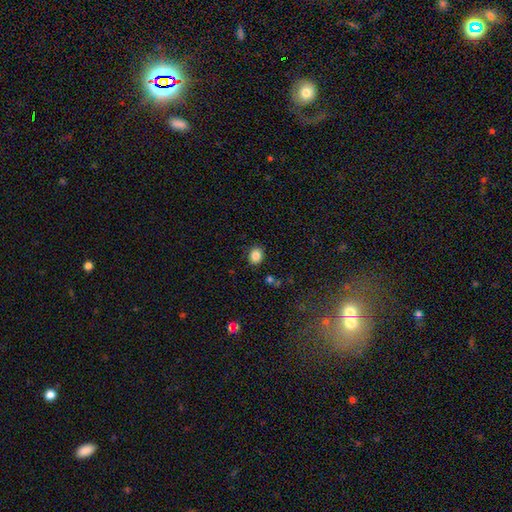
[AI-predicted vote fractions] Smooth or featured: smooth — 86% (star or artifact — 10%)
How rounded: round — 54% (in between — 45%)
Merging: none — 87% (minor disturbance — 9%)